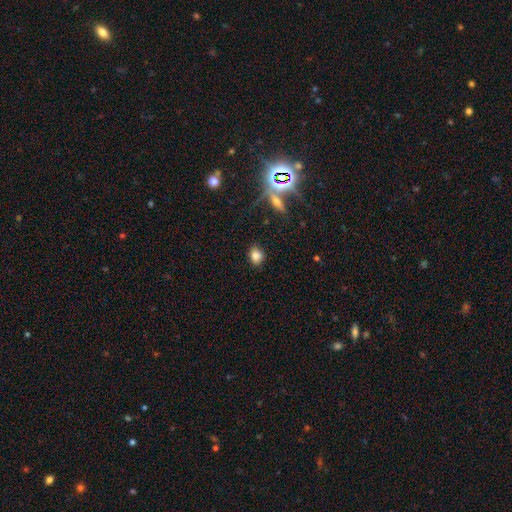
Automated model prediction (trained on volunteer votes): Smooth or featured? smooth (80%)
How rounded? in between (52%)
Merging? none (83%)